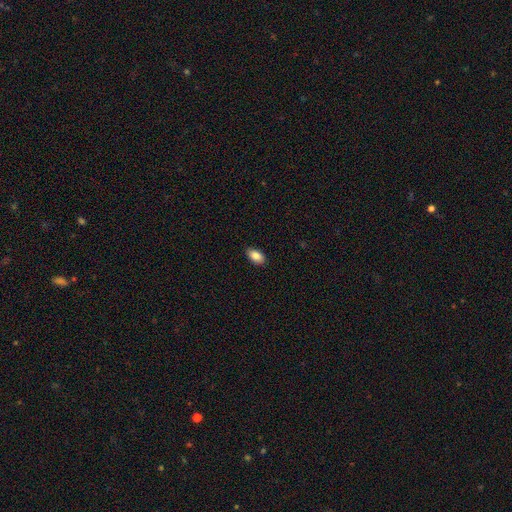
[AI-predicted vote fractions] smooth-or-featured: smooth: 87% | star or artifact: 7% | featured or disk: 6%
  how-rounded: in between: 92% | round: 6% | cigar-shaped: 2%
  merging: none: 86% | minor disturbance: 11% | major disturbance: 2% | merger: 1%